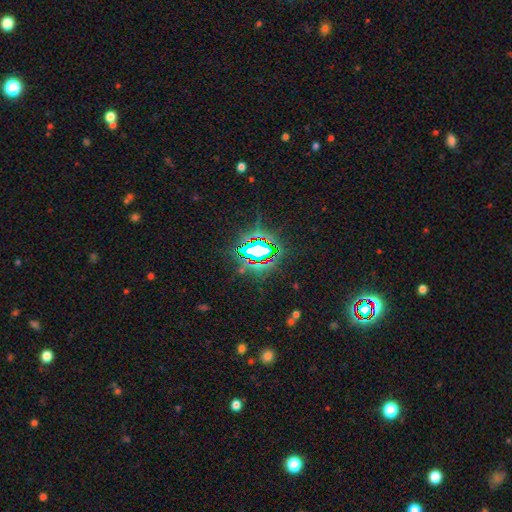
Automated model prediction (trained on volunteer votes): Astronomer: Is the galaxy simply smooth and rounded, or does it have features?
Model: star or artifact — 77%.